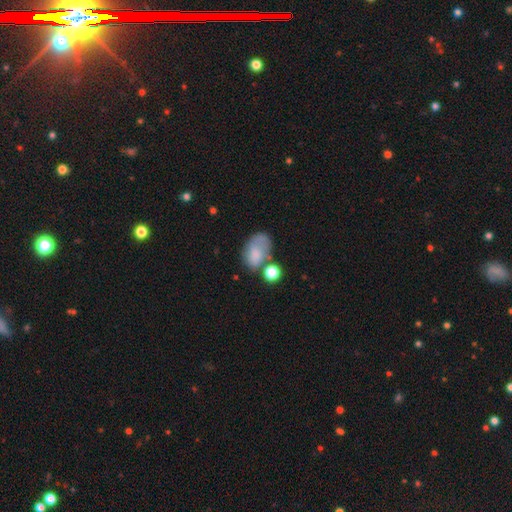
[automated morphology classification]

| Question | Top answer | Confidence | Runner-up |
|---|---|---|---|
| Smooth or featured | smooth | 70% | featured or disk (19%) |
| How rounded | in between | 84% | round (15%) |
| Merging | none | 36% | minor disturbance (25%) |